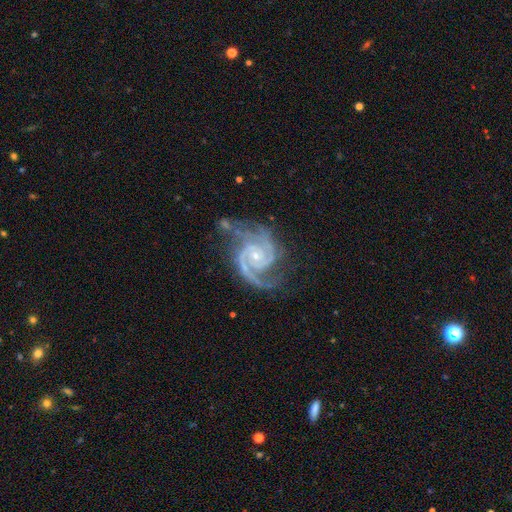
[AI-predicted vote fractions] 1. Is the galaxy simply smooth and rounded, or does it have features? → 93% featured or disk, 5% star or artifact, 2% smooth.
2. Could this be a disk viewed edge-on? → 98% no, 2% yes.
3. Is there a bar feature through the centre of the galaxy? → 66% no, 26% weak, 9% strong.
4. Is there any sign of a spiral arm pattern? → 99% yes, 1% no.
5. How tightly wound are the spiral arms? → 49% medium, 45% tight, 6% loose.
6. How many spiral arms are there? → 63% 2, 24% 3, 4% can't tell, 3% 4, 3% 1, 3% more than 4.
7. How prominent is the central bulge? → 73% small, 23% moderate, 2% none, 1% large, 1% dominant.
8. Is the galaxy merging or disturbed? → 64% none, 22% minor disturbance, 11% major disturbance, 4% merger.